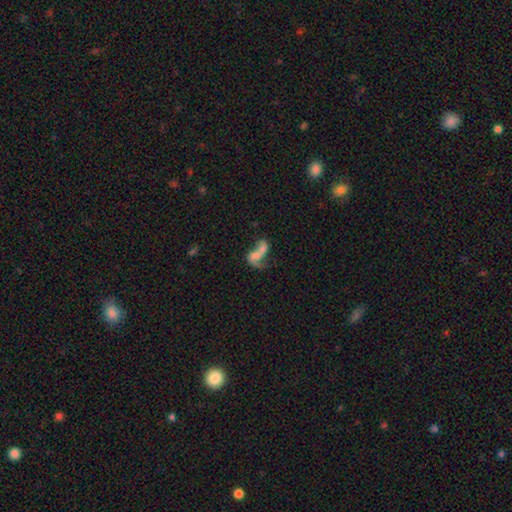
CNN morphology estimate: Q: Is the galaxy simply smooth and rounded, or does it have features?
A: featured or disk — 47%.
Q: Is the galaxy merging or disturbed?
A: merger — 73%.